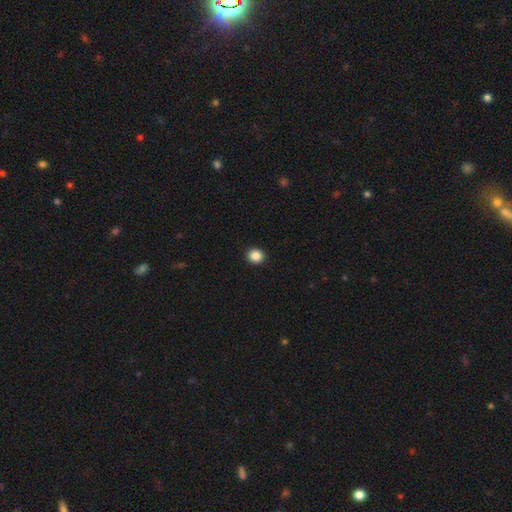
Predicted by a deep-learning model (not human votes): Smooth or featured: smooth — 87% (star or artifact — 10%)
How rounded: round — 86% (in between — 13%)
Merging: none — 93% (minor disturbance — 4%)